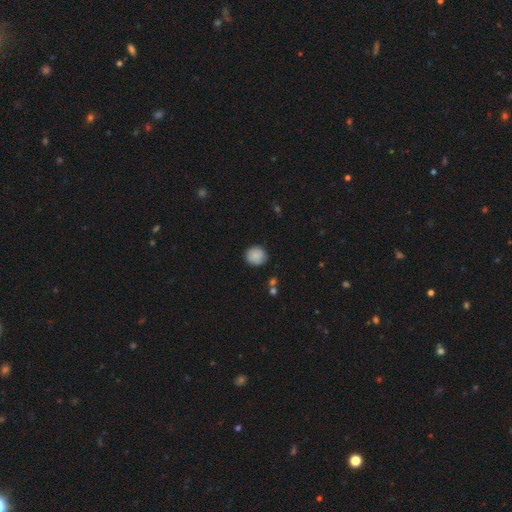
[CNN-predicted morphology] Smooth or featured? Predicted: smooth (p=0.88). How rounded? Predicted: round (p=0.88). Merging? Predicted: none (p=0.85).